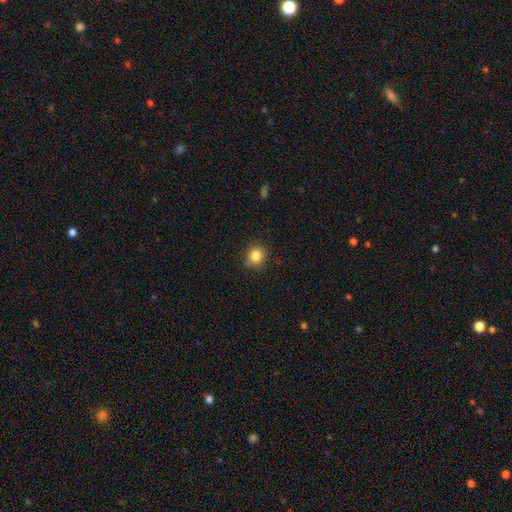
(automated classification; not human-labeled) smooth_or_featured: smooth (p=0.84) [alt: star or artifact p=0.11]
how_rounded: round (p=0.88) [alt: in between p=0.11]
merging: none (p=0.84) [alt: minor disturbance p=0.12]